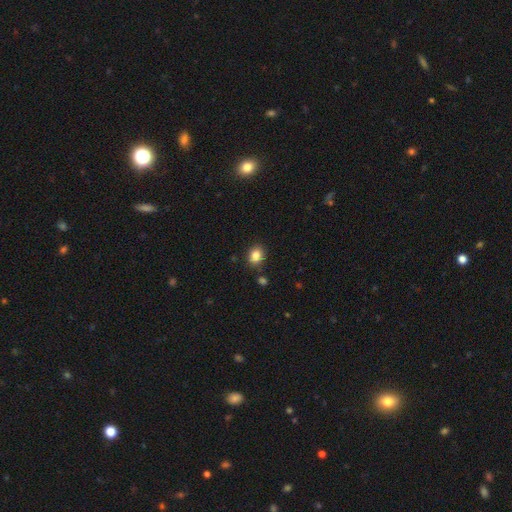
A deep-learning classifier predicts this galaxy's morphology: smooth 84%, star or artifact 10%, featured or disk 5%. Down the decision tree: how rounded — in between (51%); merging — none (85%).